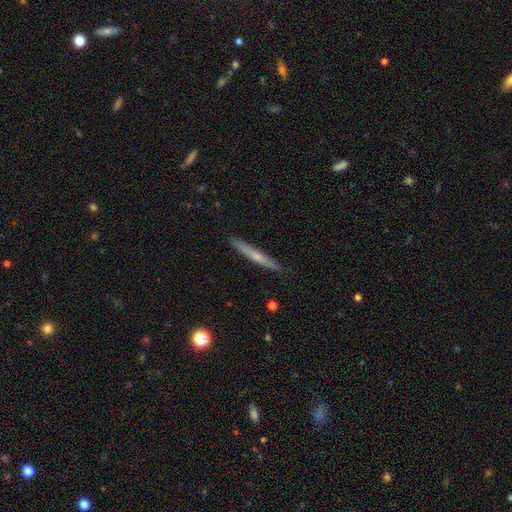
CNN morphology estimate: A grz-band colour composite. It shows a smooth galaxy with no disk features (51%) that is cigar-shaped (96%). Merging: none (90%).